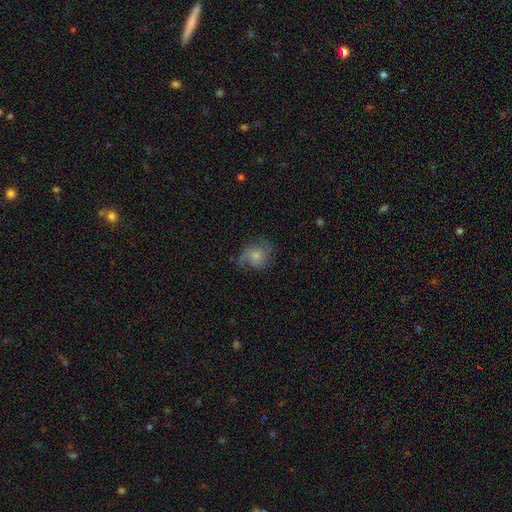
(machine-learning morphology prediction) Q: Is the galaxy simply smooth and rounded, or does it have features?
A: smooth — 47%.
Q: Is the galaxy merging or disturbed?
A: none — 56%.